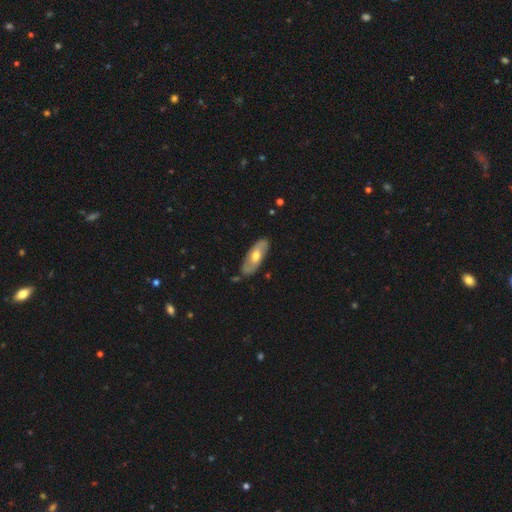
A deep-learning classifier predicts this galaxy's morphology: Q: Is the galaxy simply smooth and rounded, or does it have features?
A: featured or disk — 53%.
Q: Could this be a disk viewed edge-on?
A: no — 78%.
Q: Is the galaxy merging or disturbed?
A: none — 81%.